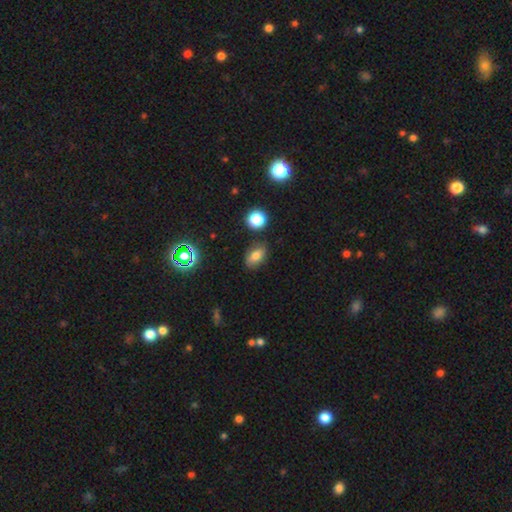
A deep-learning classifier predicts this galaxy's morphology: smooth-or-featured: smooth: 72% | star or artifact: 15% | featured or disk: 12%
  how-rounded: in between: 82% | round: 15% | cigar-shaped: 4%
  merging: none: 81% | minor disturbance: 13% | merger: 3% | major disturbance: 3%